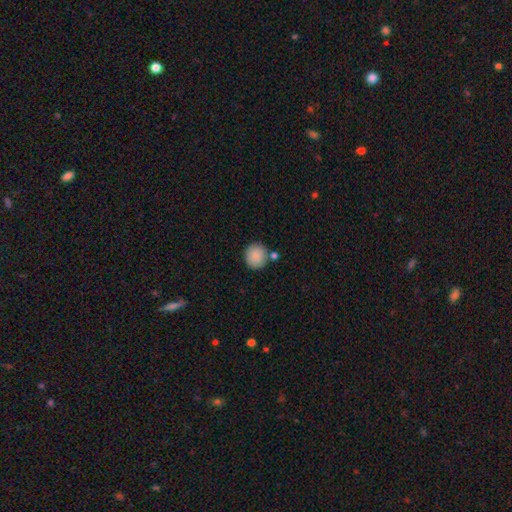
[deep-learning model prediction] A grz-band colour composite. It shows a smooth galaxy with no disk features (88%) that is round (90%). Merging: none (78%).